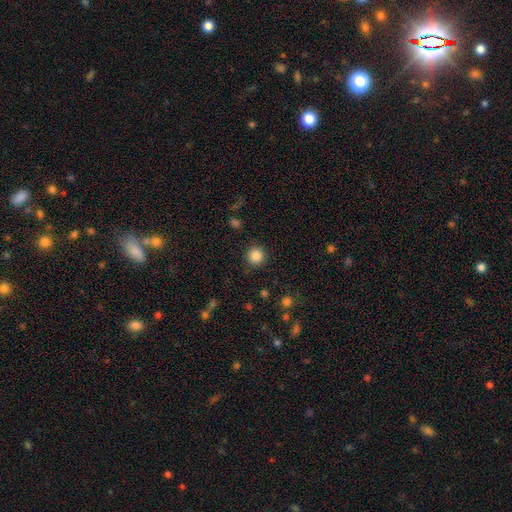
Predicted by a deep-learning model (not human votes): A smooth galaxy with no disk features (85%) that is round (95%).

Vote fractions:
- Smooth or featured? smooth: 85% / star or artifact: 11% / featured or disk: 4%
- How rounded? round: 95% / in between: 4% / cigar-shaped: 1%
- Merging? none: 91% / minor disturbance: 6% / major disturbance: 2% / merger: 1%